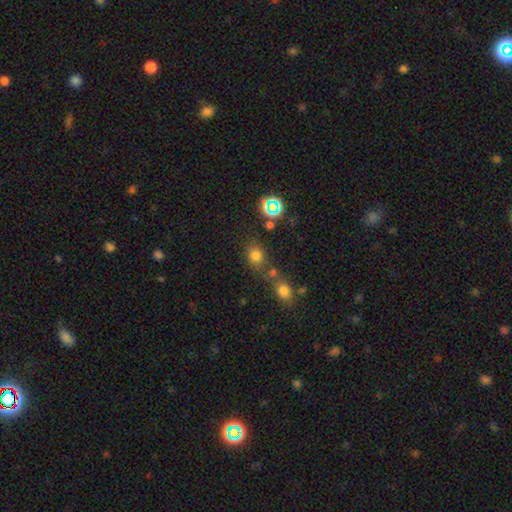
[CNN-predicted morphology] Smooth or featured?
  - smooth: 70% *
  - star or artifact: 22%
  - featured or disk: 8%
How rounded?
  - round: 65% *
  - in between: 34%
  - cigar-shaped: 2%
Merging?
  - none: 59% *
  - merger: 23%
  - minor disturbance: 12%
  - major disturbance: 6%